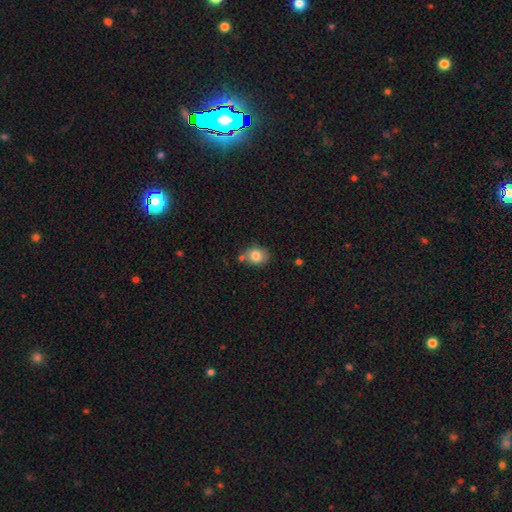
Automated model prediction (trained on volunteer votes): smooth_or_featured: smooth (p=0.82) [alt: star or artifact p=0.09]
how_rounded: round (p=0.53) [alt: in between p=0.46]
merging: none (p=0.64) [alt: minor disturbance p=0.18]